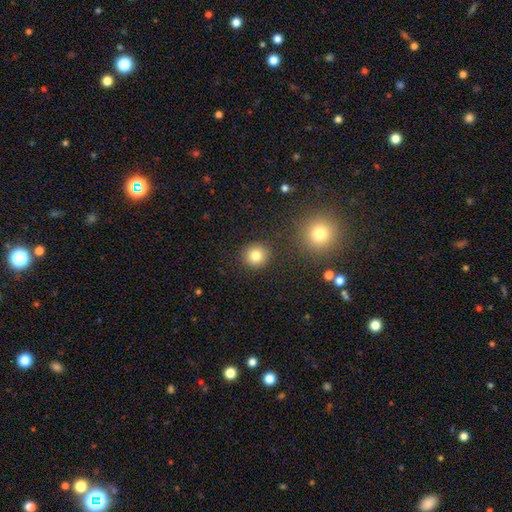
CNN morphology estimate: Q: Smooth or featured?
A: smooth (81%); runner-up: star or artifact (12%)
Q: How rounded?
A: round (91%); runner-up: in between (8%)
Q: Merging?
A: none (89%); runner-up: minor disturbance (6%)